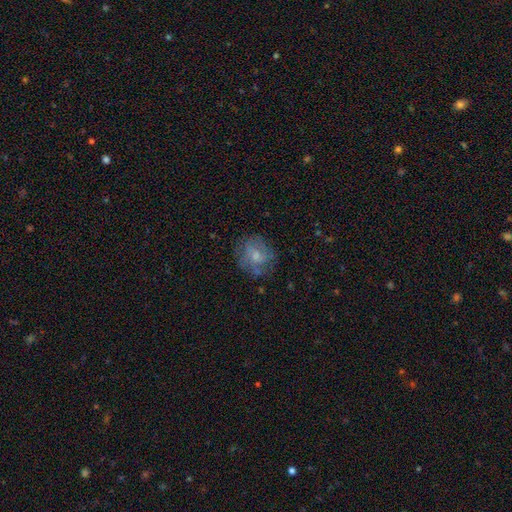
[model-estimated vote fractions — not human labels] Overall: smooth (45%, tied with featured or disk). Merging: none (68%).